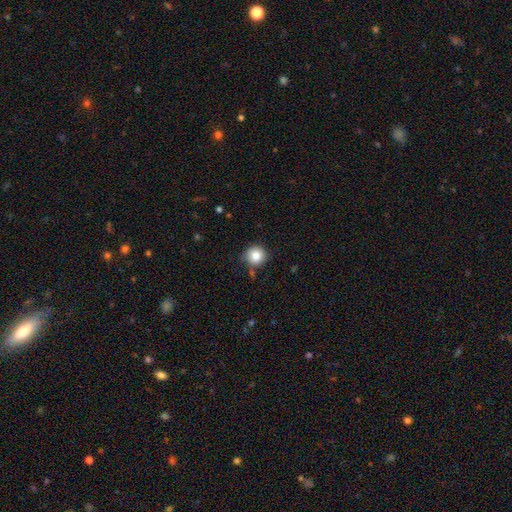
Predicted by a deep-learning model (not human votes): This is clearly a smooth galaxy (85%). How rounded: clearly round (93%). Merging: likely none (78%).